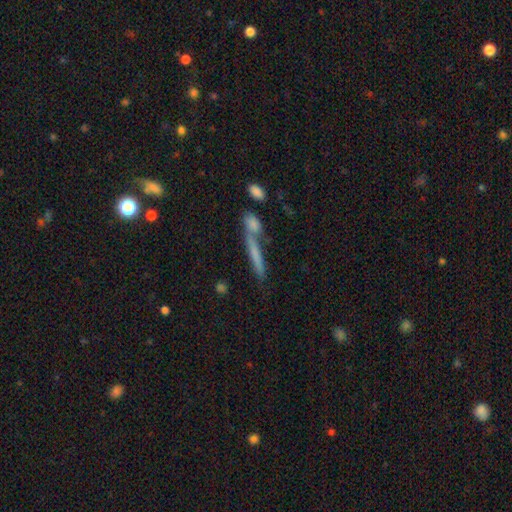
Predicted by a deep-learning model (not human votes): A smooth galaxy with no disk features (64%) that is cigar-shaped (87%). Merging: none (51%).